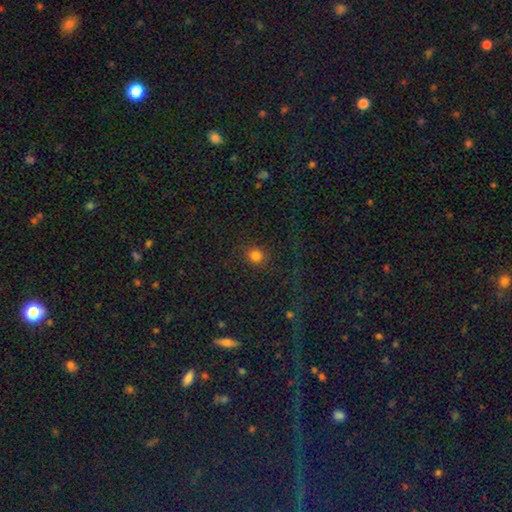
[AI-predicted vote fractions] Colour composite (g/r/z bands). It shows a smooth galaxy with no disk features (79%) that is round (88%). Merging: none (86%).